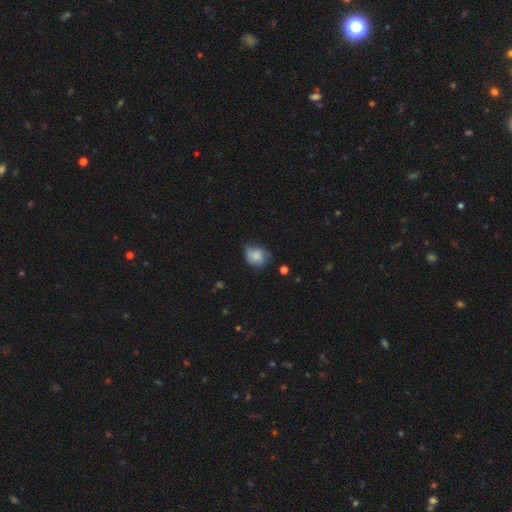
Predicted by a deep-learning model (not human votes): The model was most divided on "how rounded": round: 55%, in between: 44%, cigar-shaped: 1%. More confident: smooth or featured — smooth (72%); merging — none (51%).